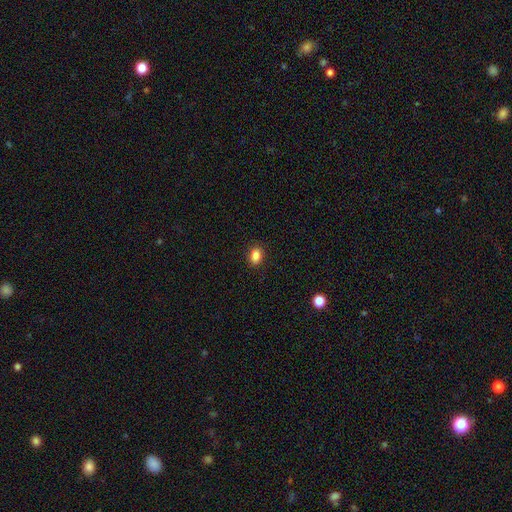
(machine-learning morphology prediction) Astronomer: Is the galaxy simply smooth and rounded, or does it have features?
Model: smooth — 86%.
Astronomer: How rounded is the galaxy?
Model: in between — 73%.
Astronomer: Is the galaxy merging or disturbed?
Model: none — 90%.